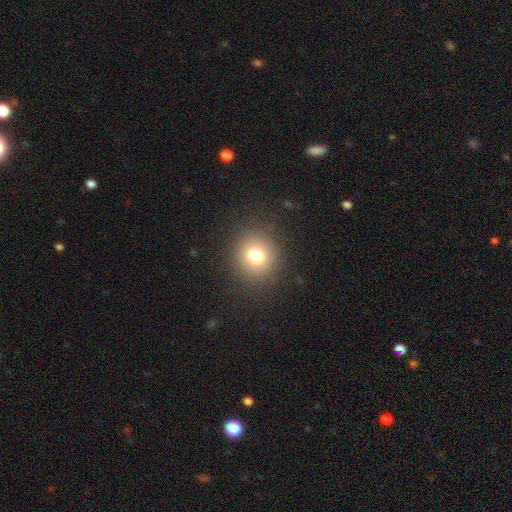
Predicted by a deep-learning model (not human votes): Smooth or featured? smooth (76%)
How rounded? round (91%)
Merging? none (89%)